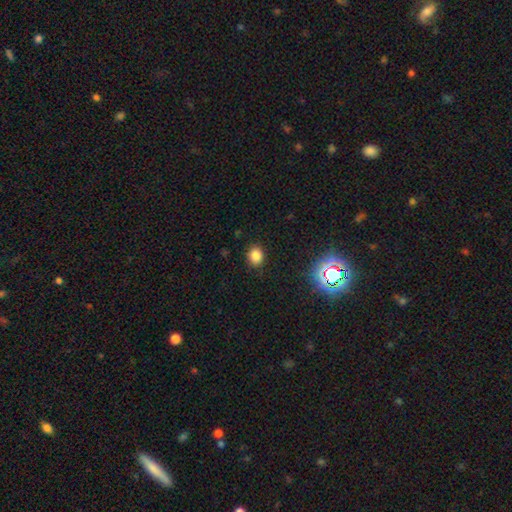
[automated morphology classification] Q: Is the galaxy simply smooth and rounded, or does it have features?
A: smooth — 82%.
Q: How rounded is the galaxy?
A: round — 60%.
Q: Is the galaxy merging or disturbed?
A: none — 88%.